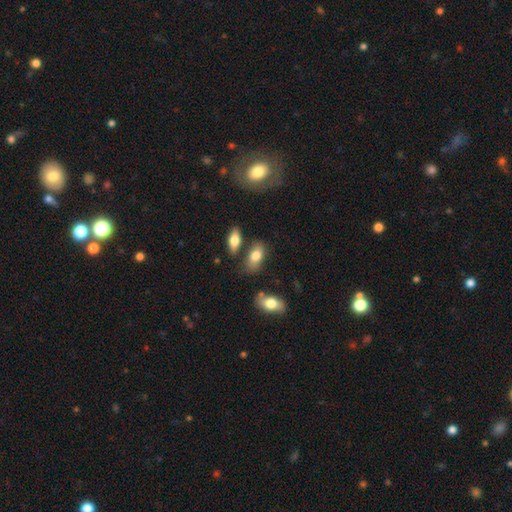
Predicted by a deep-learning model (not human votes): Overall: smooth (80%). How rounded: in between (90%). Merging: none (68%).